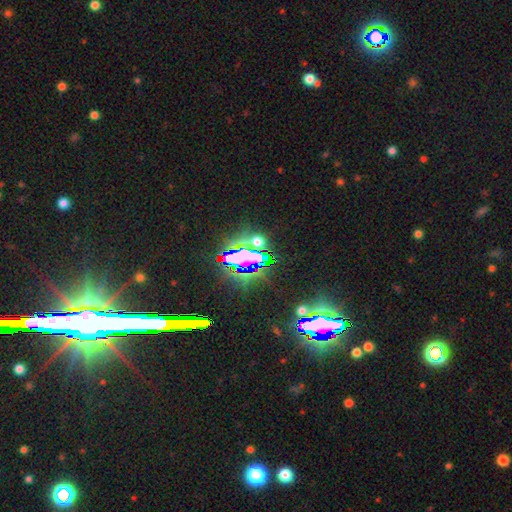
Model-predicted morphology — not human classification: This appears to be a star or artifact, not a galaxy (72%).